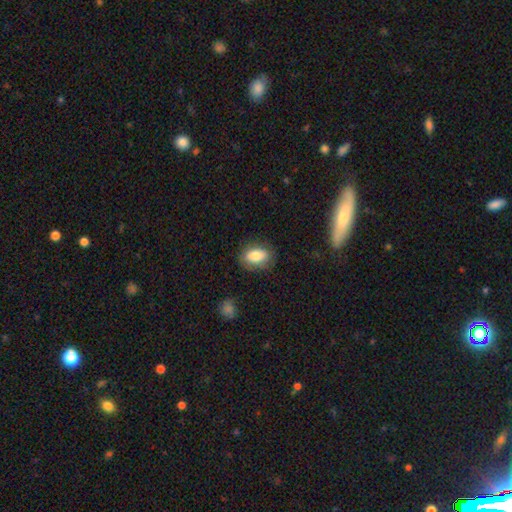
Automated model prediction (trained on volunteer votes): A smooth galaxy with no disk features (81%) that is in between round and cigar-shaped (86%).

Vote fractions:
- Smooth or featured? smooth: 81% / featured or disk: 12% / star or artifact: 8%
- How rounded? in between: 86% / round: 12% / cigar-shaped: 2%
- Merging? none: 80% / minor disturbance: 14% / major disturbance: 4% / merger: 1%